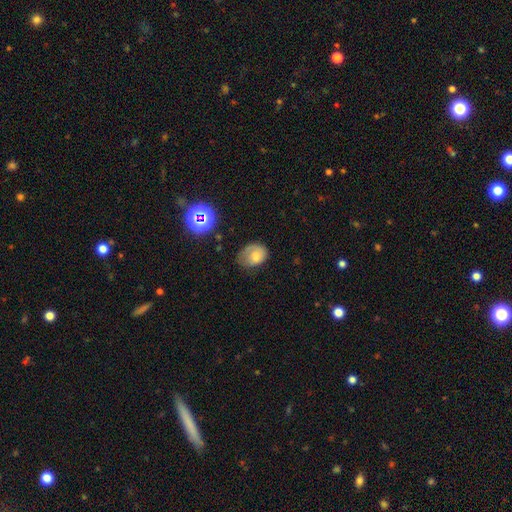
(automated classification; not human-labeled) A smooth galaxy with no disk features (66%) that is in between round and cigar-shaped (58%). Merging: none (45%).